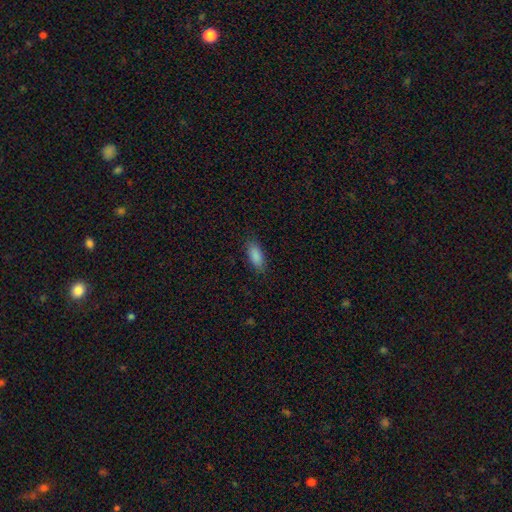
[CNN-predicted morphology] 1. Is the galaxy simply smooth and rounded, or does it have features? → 88% smooth, 7% star or artifact, 5% featured or disk.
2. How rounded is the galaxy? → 85% in between, 13% cigar-shaped, 2% round.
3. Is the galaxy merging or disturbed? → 85% none, 12% minor disturbance, 3% major disturbance, 1% merger.